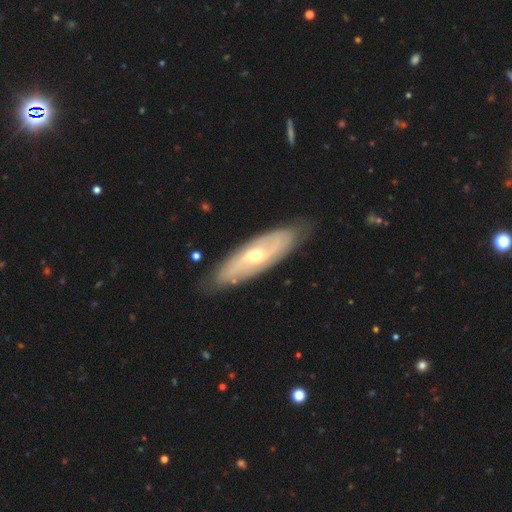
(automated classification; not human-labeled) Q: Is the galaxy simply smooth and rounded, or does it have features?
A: featured or disk — 71%.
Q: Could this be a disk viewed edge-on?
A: no — 78%.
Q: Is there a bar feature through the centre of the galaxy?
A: no — 47%.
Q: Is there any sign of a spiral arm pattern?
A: yes — 78%.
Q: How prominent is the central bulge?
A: moderate — 57%.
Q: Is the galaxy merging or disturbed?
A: none — 83%.